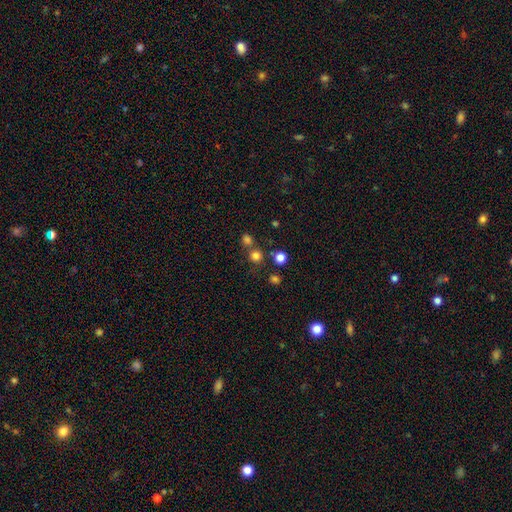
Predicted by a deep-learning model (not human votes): smooth 76%, star or artifact 18%, featured or disk 6%. Down the decision tree: how rounded — round (91%); merging — none (69%).